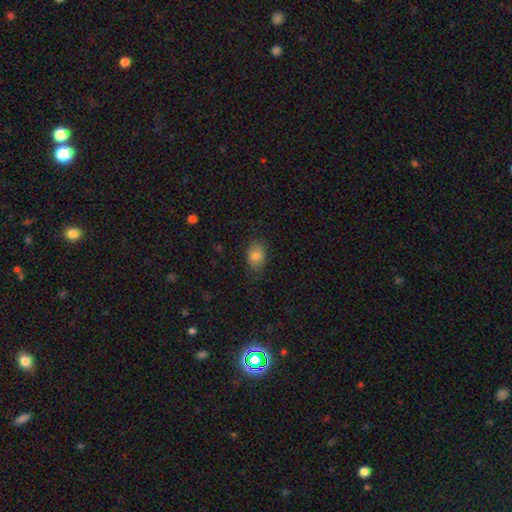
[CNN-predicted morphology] Smooth or featured? smooth (82%)
How rounded? in between (72%)
Merging? none (80%)